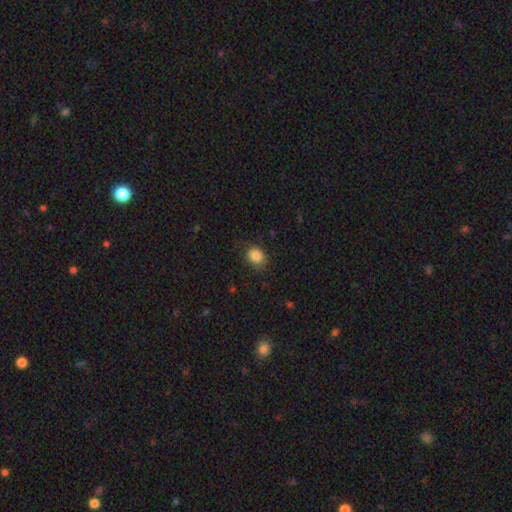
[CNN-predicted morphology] A smooth galaxy with no disk features (86%) that is round (59%). Merging: none (78%).